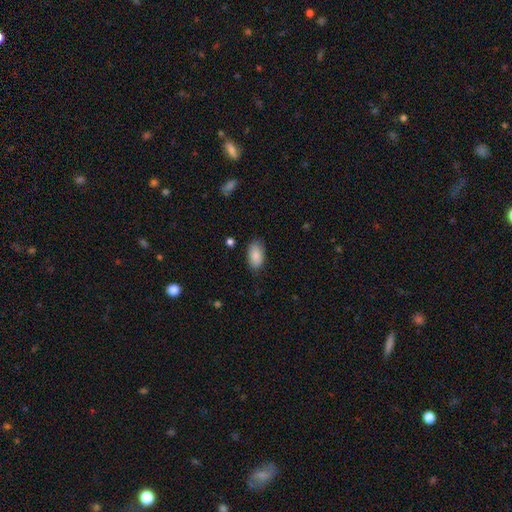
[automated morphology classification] smooth-or-featured: smooth: 87% | star or artifact: 7% | featured or disk: 6%
  how-rounded: in between: 94% | round: 4% | cigar-shaped: 2%
  merging: none: 82% | minor disturbance: 14% | major disturbance: 3% | merger: 1%